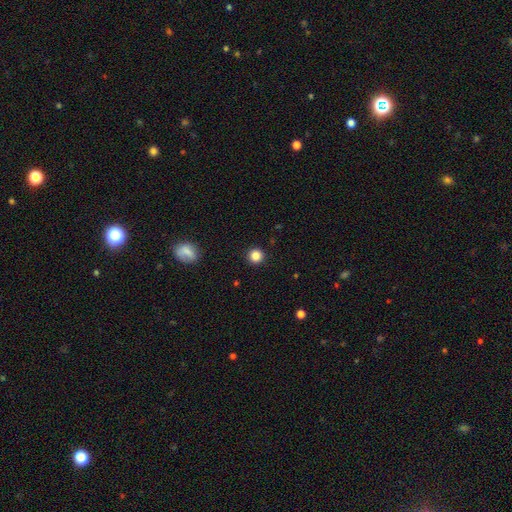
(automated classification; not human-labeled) This appears to be a smooth galaxy with no disk features (85%) that is round (95%). Merging: none (93%).